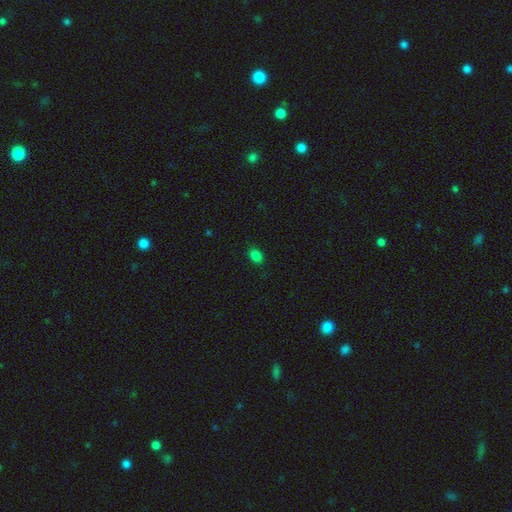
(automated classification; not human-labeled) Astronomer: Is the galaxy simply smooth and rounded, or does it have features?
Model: smooth — 83%.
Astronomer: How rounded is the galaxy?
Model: in between — 75%.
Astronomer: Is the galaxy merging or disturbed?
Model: none — 88%.